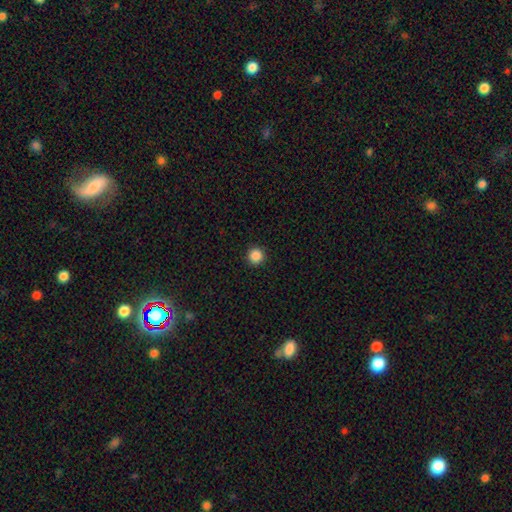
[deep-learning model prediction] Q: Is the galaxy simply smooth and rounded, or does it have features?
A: smooth — 87%.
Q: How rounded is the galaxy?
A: round — 96%.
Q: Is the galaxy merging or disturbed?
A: none — 93%.